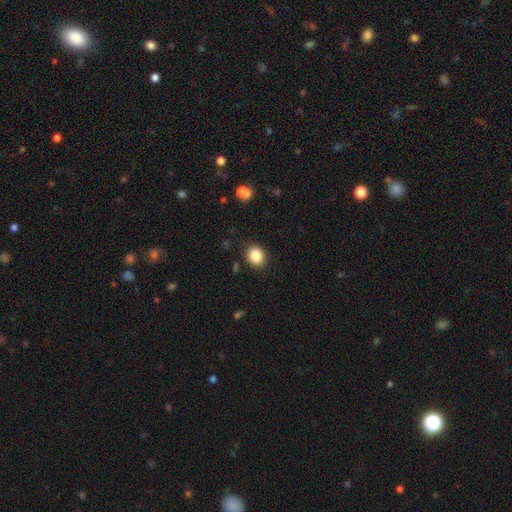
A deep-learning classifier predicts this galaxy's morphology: Q: Smooth or featured?
A: smooth (85%); runner-up: star or artifact (10%)
Q: How rounded?
A: round (63%); runner-up: in between (36%)
Q: Merging?
A: none (88%); runner-up: minor disturbance (8%)